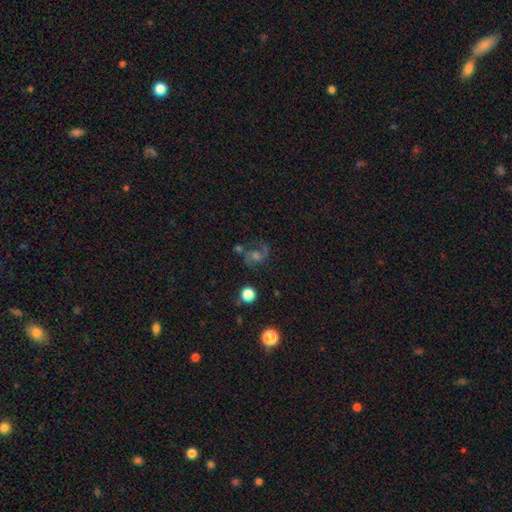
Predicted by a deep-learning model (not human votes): Overall: featured or disk (70%). Edge-on disk: no (98%). Bar: no (62%; weak 32%). Spiral arms: yes (93%). Spiral arm count: 2 (86%). Spiral winding: medium (52%; loose 35%). Bulge size: moderate (52%; small 28%). Merging: none (64%).